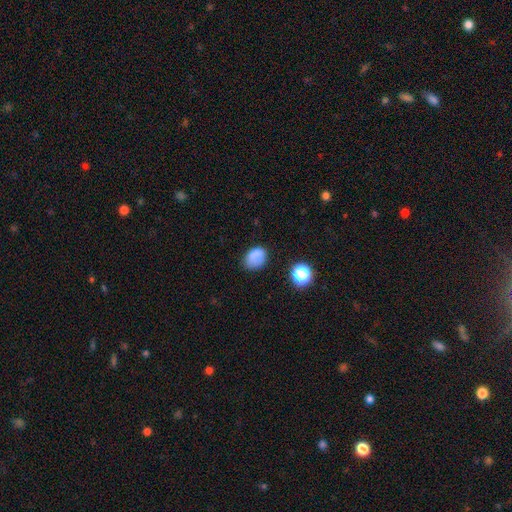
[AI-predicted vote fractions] Q: Smooth or featured?
A: smooth (79%); runner-up: star or artifact (12%)
Q: How rounded?
A: in between (70%); runner-up: round (29%)
Q: Merging?
A: none (64%); runner-up: minor disturbance (24%)